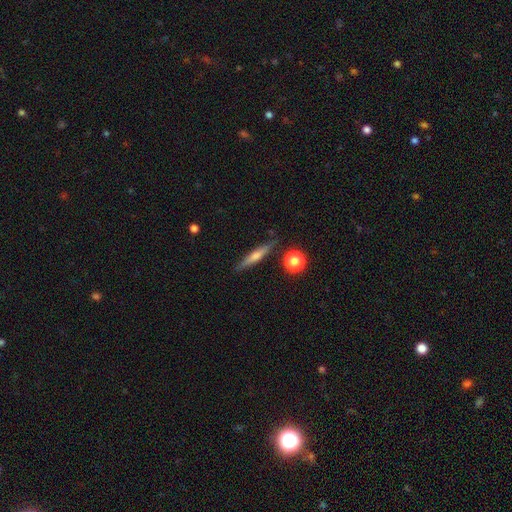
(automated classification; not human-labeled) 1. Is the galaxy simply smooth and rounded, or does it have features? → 57% featured or disk, 35% smooth, 8% star or artifact.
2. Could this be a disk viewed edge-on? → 96% yes, 4% no.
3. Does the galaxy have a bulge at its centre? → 74% rounded, 17% none, 9% boxy.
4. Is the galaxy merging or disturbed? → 87% none, 9% minor disturbance, 3% merger, 2% major disturbance.